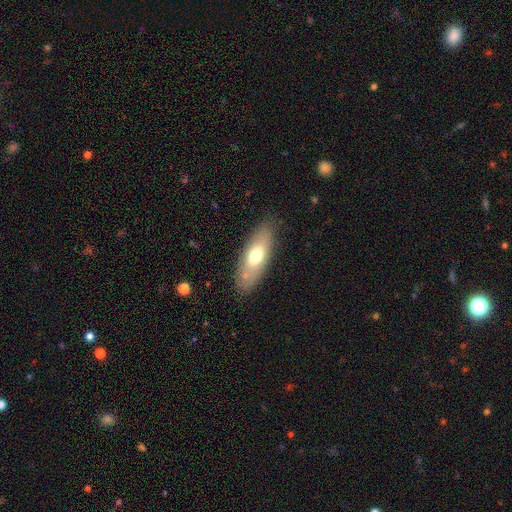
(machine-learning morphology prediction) A smooth galaxy with no disk features (64%) that is in between round and cigar-shaped (72%).

Vote fractions:
- Smooth or featured? smooth: 64% / featured or disk: 30% / star or artifact: 7%
- How rounded? in between: 72% / cigar-shaped: 25% / round: 3%
- Merging? none: 81% / minor disturbance: 13% / major disturbance: 4% / merger: 3%